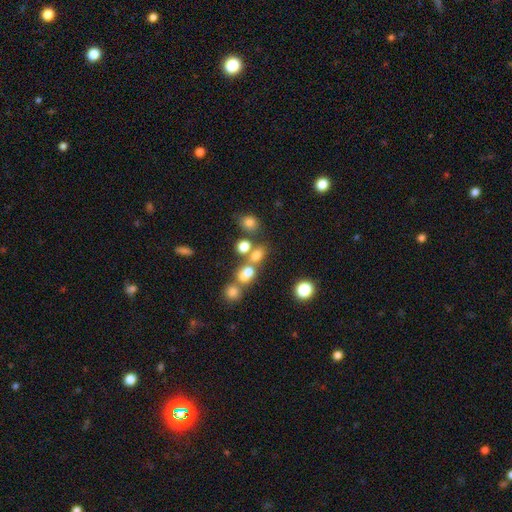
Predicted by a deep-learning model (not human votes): smooth 58%, star or artifact 25%, featured or disk 17%. Down the decision tree: how rounded — round (57%); merging — none (47%).